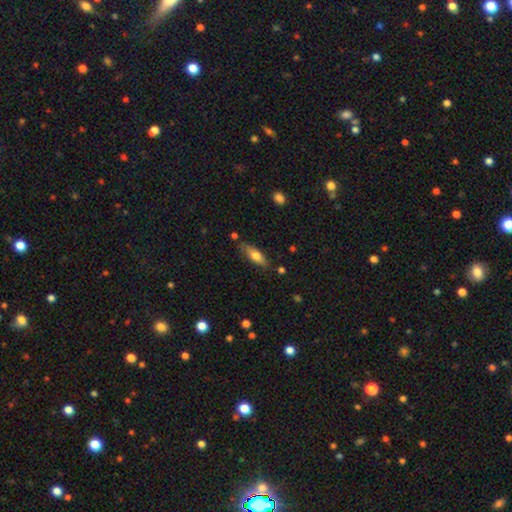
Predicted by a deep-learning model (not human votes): Overall: smooth (67%). How rounded: in between (57%; cigar-shaped 40%). Merging: none (75%).